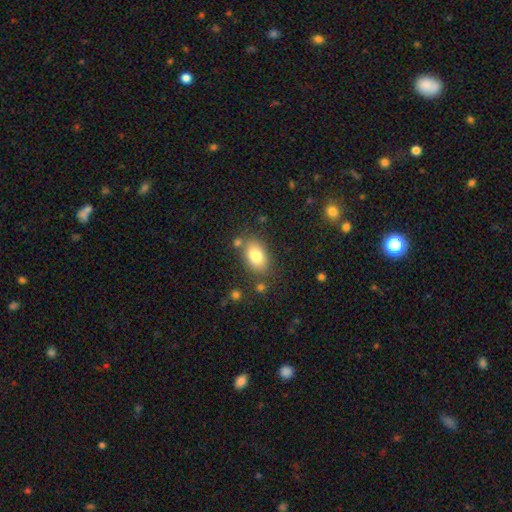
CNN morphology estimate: type=smooth (80%); roundness=in between (87%); merging=none (76%).